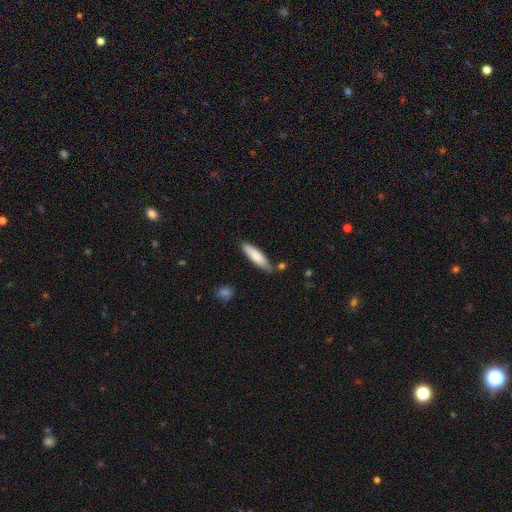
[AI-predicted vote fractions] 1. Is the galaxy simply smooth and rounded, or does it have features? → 80% smooth, 14% featured or disk, 5% star or artifact.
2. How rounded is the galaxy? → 68% cigar-shaped, 31% in between, 1% round.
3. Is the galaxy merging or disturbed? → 72% none, 19% minor disturbance, 6% merger, 4% major disturbance.